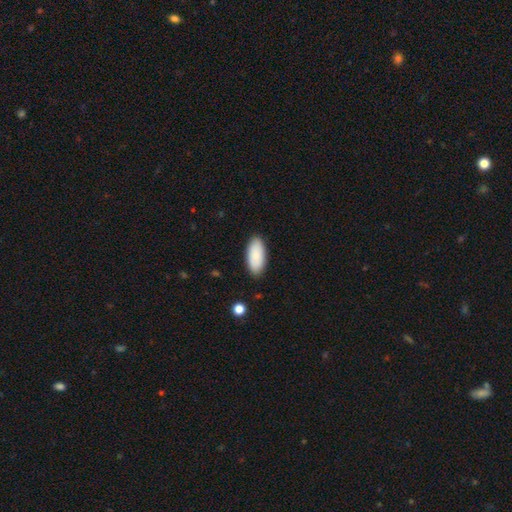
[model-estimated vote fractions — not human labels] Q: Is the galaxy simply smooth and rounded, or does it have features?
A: smooth — 87%.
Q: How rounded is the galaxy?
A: in between — 89%.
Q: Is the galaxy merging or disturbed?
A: none — 87%.